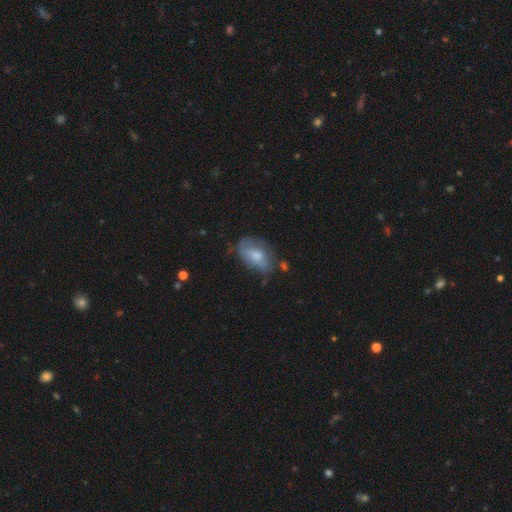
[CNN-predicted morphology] A smooth galaxy with no disk features (57%) that is in between round and cigar-shaped (89%).

Vote fractions:
- Smooth or featured? smooth: 57% / featured or disk: 36% / star or artifact: 7%
- How rounded? in between: 89% / round: 9% / cigar-shaped: 2%
- Merging? none: 54% / minor disturbance: 30% / major disturbance: 12% / merger: 4%